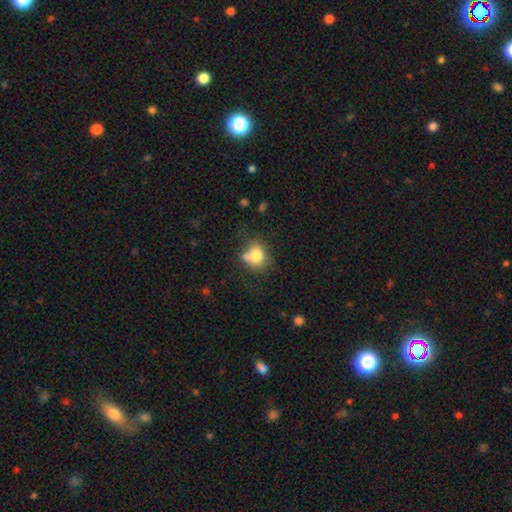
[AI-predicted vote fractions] A smooth galaxy with no disk features (75%) that is round (62%). Merging: none (48%).